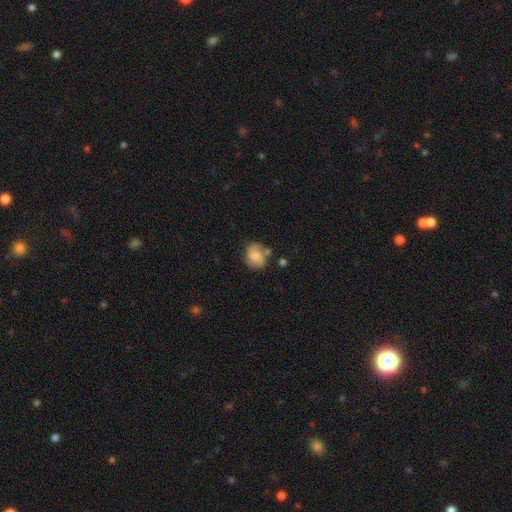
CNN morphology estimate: Smooth or featured: smooth — 61% (featured or disk — 30%)
How rounded: round — 55% (in between — 44%)
Merging: none — 51% (minor disturbance — 25%)